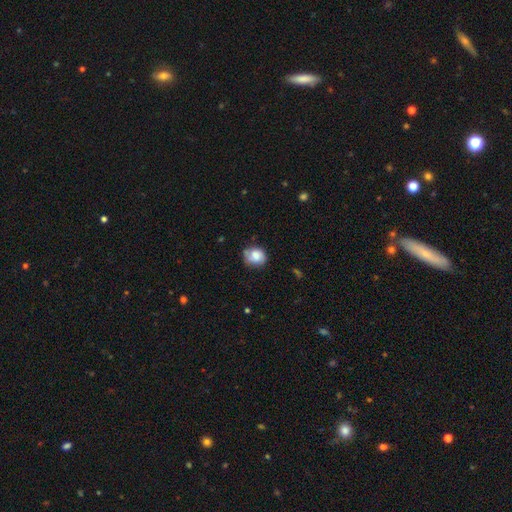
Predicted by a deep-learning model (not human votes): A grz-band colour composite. It shows a smooth galaxy with no disk features (73%) that is round (65%). Merging: none (61%).